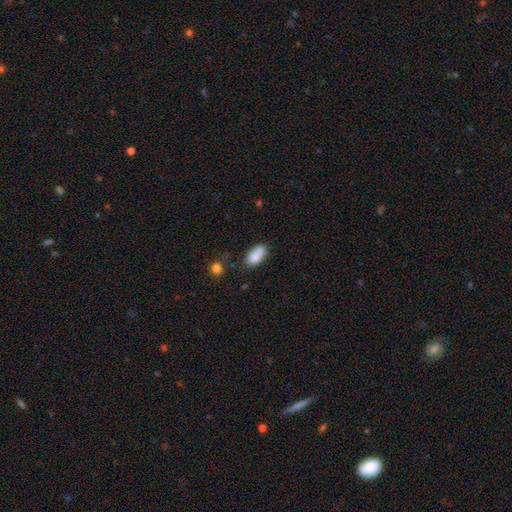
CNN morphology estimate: Smooth or featured?
  - smooth: 82% *
  - featured or disk: 10%
  - star or artifact: 8%
How rounded?
  - in between: 90% *
  - cigar-shaped: 5%
  - round: 5%
Merging?
  - none: 55% *
  - minor disturbance: 24%
  - merger: 15%
  - major disturbance: 7%